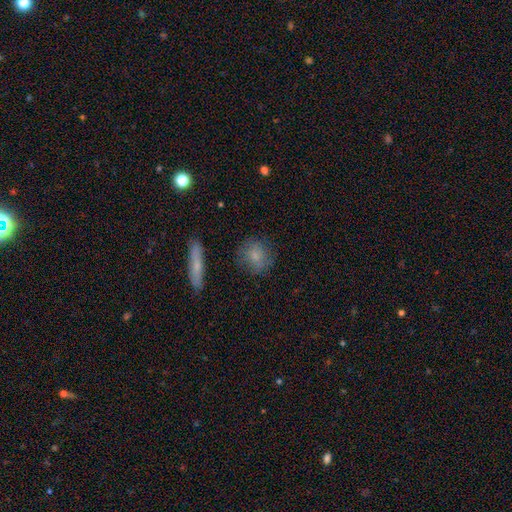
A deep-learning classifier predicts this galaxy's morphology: smooth-or-featured: smooth: 76% | featured or disk: 15% | star or artifact: 8%
  how-rounded: round: 76% | in between: 21% | cigar-shaped: 3%
  merging: none: 79% | minor disturbance: 14% | major disturbance: 4% | merger: 3%